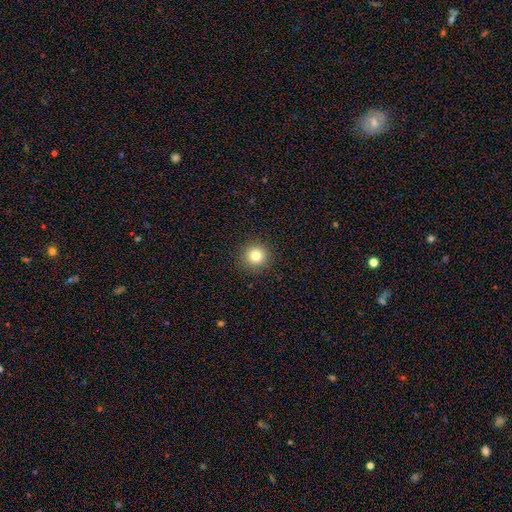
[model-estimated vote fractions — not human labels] A smooth galaxy with no disk features (81%) that is round (95%). Merging: none (92%).